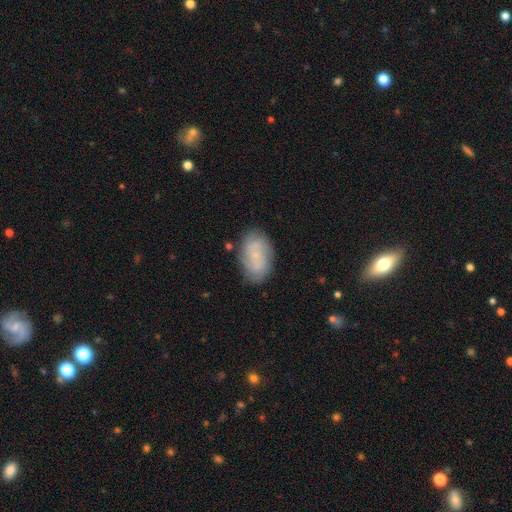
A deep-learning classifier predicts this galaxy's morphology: Smooth or featured? featured or disk (48%)
Merging? none (76%)